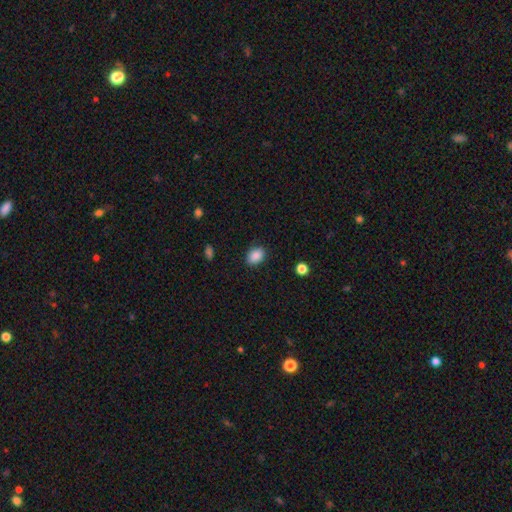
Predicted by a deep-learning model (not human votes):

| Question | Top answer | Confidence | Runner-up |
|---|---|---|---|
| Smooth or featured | smooth | 88% | star or artifact (8%) |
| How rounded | in between | 73% | round (26%) |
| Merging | none | 86% | minor disturbance (10%) |